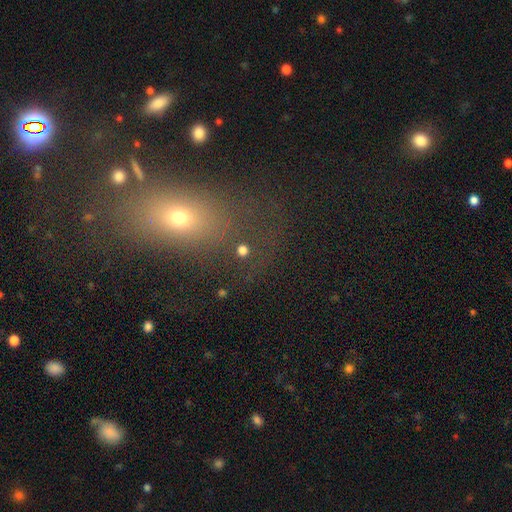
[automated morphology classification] type=smooth (57%); roundness=in between (69%); merging=none (72%).